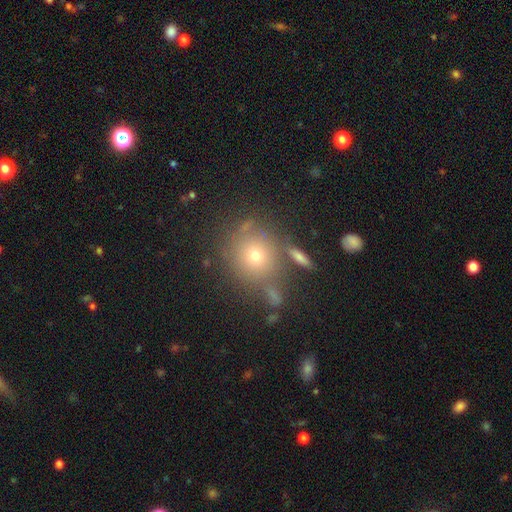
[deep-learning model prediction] Overall: smooth (64%). How rounded: round (88%). Merging: none (75%).